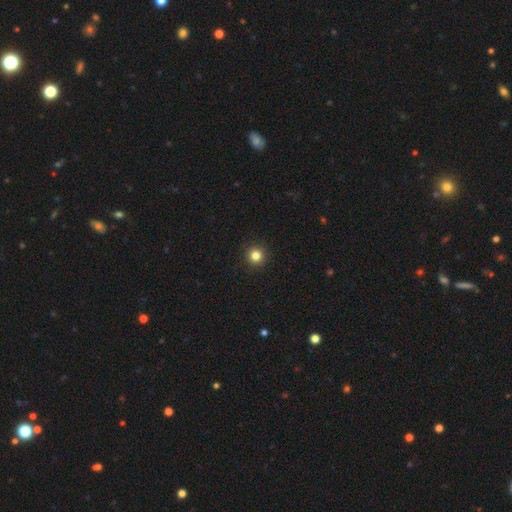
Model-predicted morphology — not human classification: Smooth or featured? smooth (82%)
How rounded? round (96%)
Merging? none (93%)